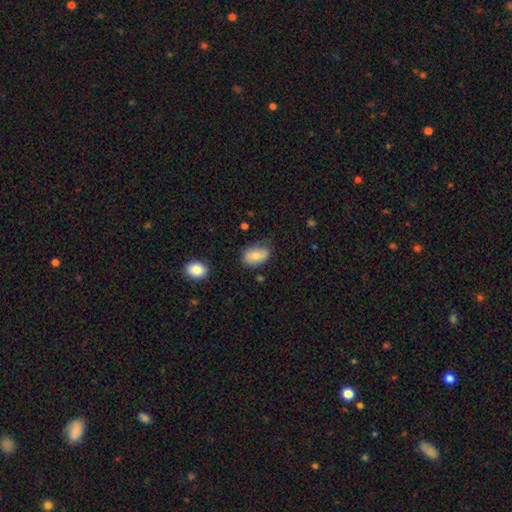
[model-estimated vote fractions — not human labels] Smooth or featured?
  - smooth: 78% *
  - featured or disk: 13%
  - star or artifact: 8%
How rounded?
  - in between: 87% *
  - round: 11%
  - cigar-shaped: 1%
Merging?
  - none: 66% *
  - minor disturbance: 25%
  - major disturbance: 6%
  - merger: 2%